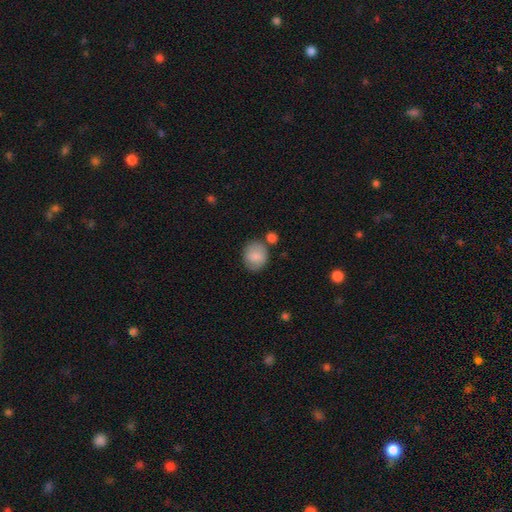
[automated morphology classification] A smooth galaxy with no disk features (83%) that is round (61%).

Vote fractions:
- Smooth or featured? smooth: 83% / featured or disk: 10% / star or artifact: 7%
- How rounded? round: 61% / in between: 38% / cigar-shaped: 1%
- Merging? none: 71% / minor disturbance: 16% / merger: 9% / major disturbance: 4%